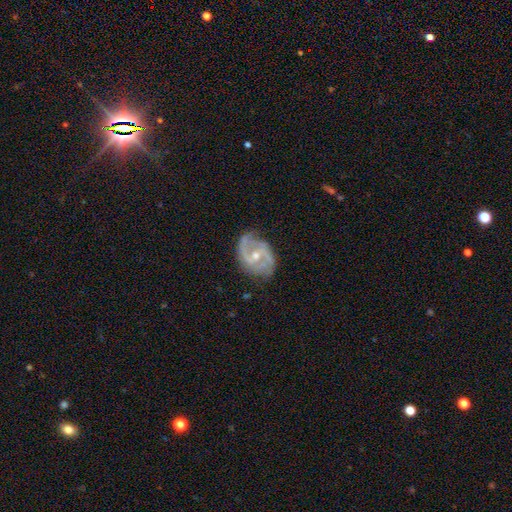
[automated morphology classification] Overall: featured or disk (88%). Edge-on disk: no (97%). Bar: weak (49%; no 35%). Spiral arms: yes (96%). Spiral arm count: 2 (82%). Spiral winding: medium (52%; tight 24%). Bulge size: moderate (53%; small 43%). Merging: none (68%).